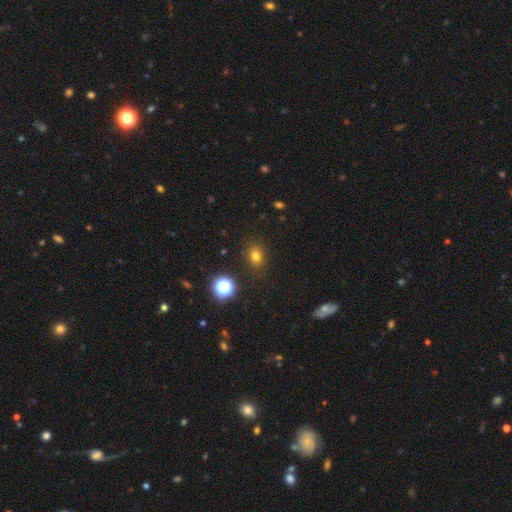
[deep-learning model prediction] smooth-or-featured: smooth: 75% | star or artifact: 18% | featured or disk: 7%
  how-rounded: round: 58% | in between: 41% | cigar-shaped: 1%
  merging: none: 87% | minor disturbance: 9% | major disturbance: 3% | merger: 2%